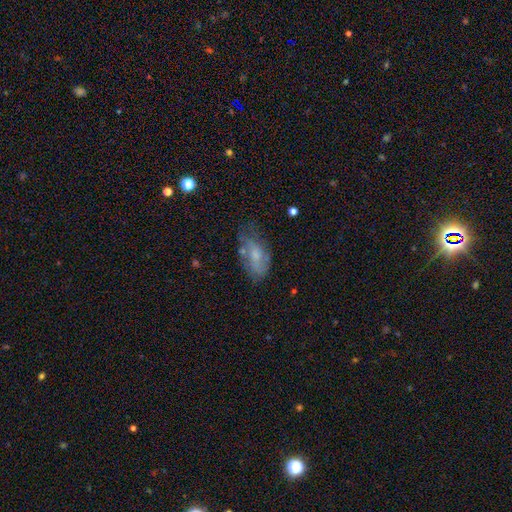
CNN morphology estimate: This appears to be a featured or disk galaxy (46%). Merging: none (48%).